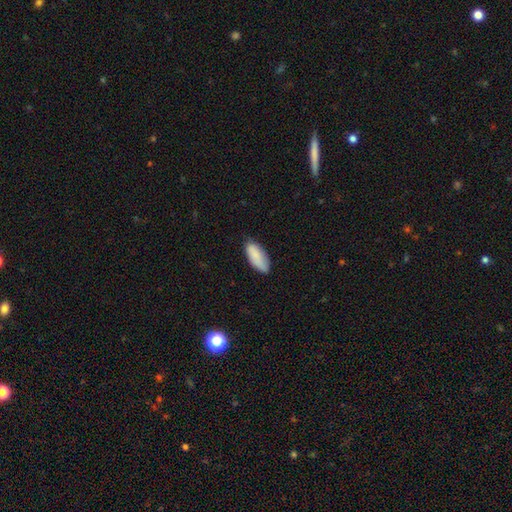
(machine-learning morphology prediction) Smooth or featured: smooth — 86% (featured or disk — 7%)
How rounded: in between — 84% (cigar-shaped — 15%)
Merging: none — 73% (minor disturbance — 22%)